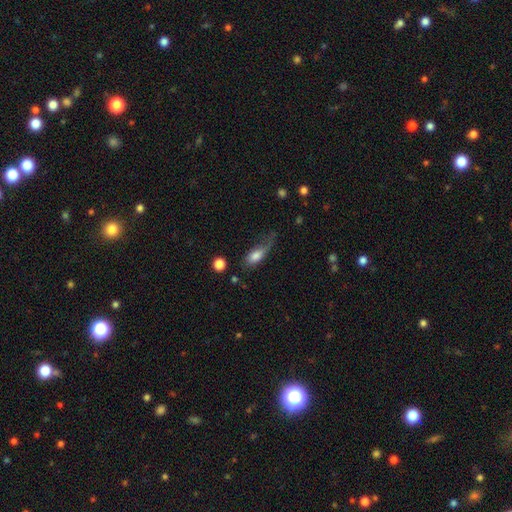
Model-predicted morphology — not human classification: Smooth or featured? smooth (72%)
How rounded? in between (75%)
Merging? none (32%, tied with minor disturbance and major disturbance)